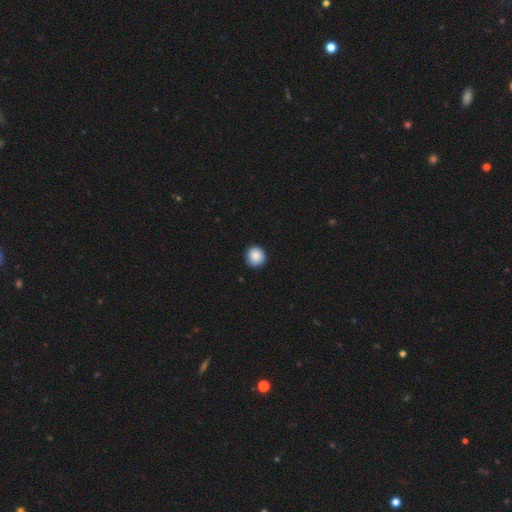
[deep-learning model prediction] Q: Smooth or featured?
A: smooth (87%); runner-up: star or artifact (8%)
Q: How rounded?
A: round (93%); runner-up: in between (6%)
Q: Merging?
A: none (90%); runner-up: minor disturbance (7%)